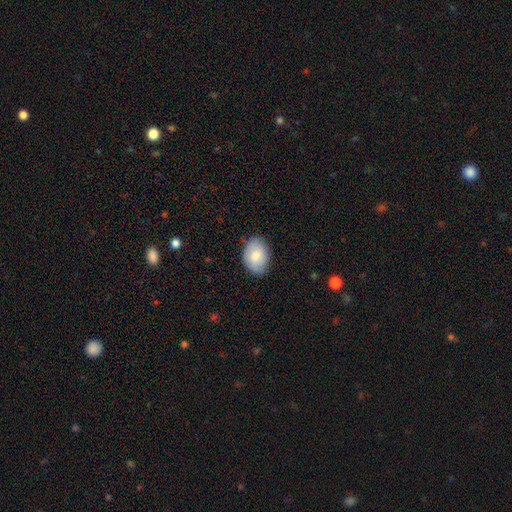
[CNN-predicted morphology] type=smooth (81%); roundness=in between (80%); merging=none (80%).